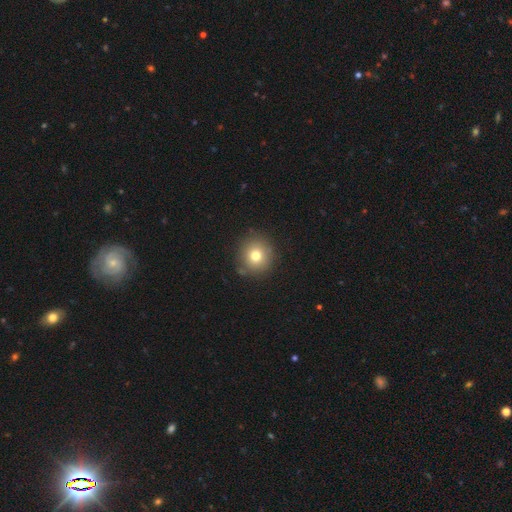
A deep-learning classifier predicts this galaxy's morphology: Smooth or featured: smooth — 76% (star or artifact — 13%)
How rounded: round — 92% (in between — 7%)
Merging: none — 85% (minor disturbance — 10%)